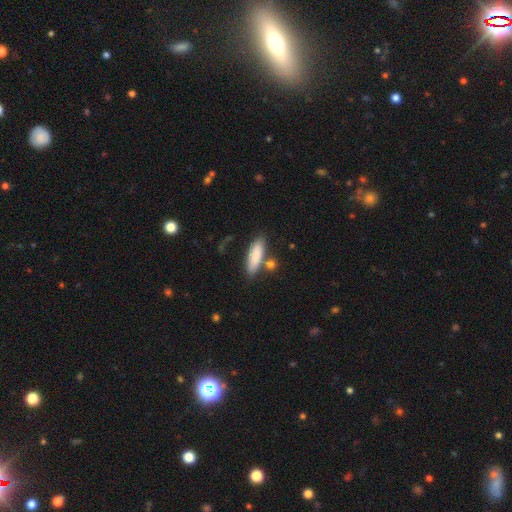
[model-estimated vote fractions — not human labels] Smooth or featured?
  - smooth: 85% *
  - featured or disk: 9%
  - star or artifact: 6%
How rounded?
  - in between: 53% *
  - cigar-shaped: 44%
  - round: 3%
Merging?
  - none: 67% *
  - minor disturbance: 14%
  - merger: 14%
  - major disturbance: 5%